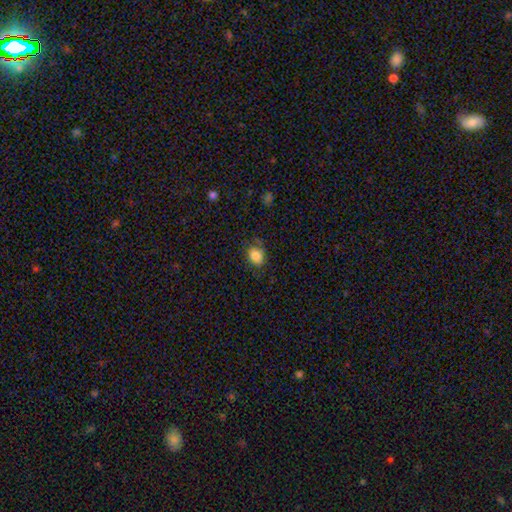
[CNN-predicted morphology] smooth-or-featured: smooth: 83% | star or artifact: 10% | featured or disk: 7%
  how-rounded: in between: 56% | round: 43% | cigar-shaped: 1%
  merging: none: 71% | minor disturbance: 21% | major disturbance: 6% | merger: 2%